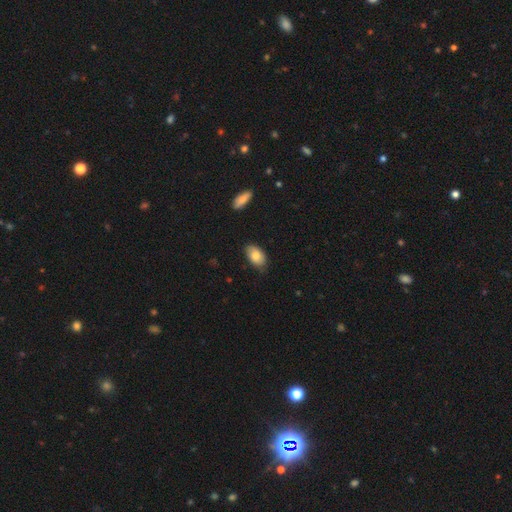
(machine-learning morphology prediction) This is clearly a smooth galaxy (82%). How rounded: clearly in between (93%). Merging: likely none (76%).